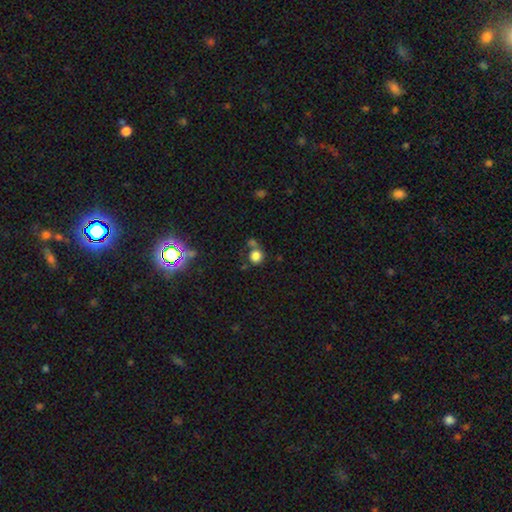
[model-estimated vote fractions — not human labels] A smooth galaxy with no disk features (79%) that is round (87%).

Vote fractions:
- Smooth or featured? smooth: 79% / star or artifact: 14% / featured or disk: 7%
- How rounded? round: 87% / in between: 12% / cigar-shaped: 1%
- Merging? none: 59% / merger: 25% / minor disturbance: 11% / major disturbance: 5%